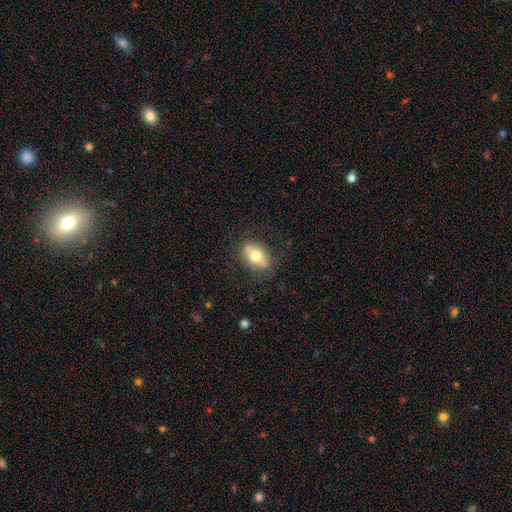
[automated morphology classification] Smooth or featured? Predicted: smooth (p=0.64). How rounded? Predicted: in between (p=0.83). Merging? Predicted: none (p=0.80).